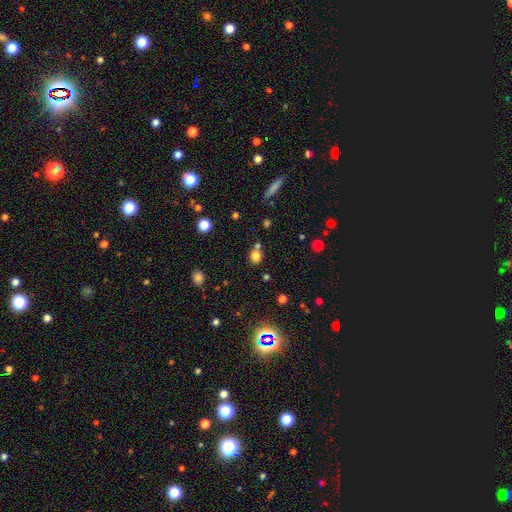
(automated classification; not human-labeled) The model was most divided on "merging": none: 60%, merger: 26%, minor disturbance: 10%, major disturbance: 4%. More confident: smooth or featured — smooth (78%); how rounded — round (72%).